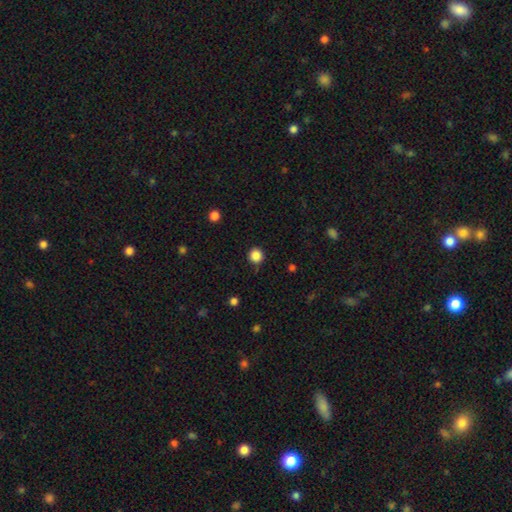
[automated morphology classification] smooth_or_featured: smooth (p=0.86) [alt: star or artifact p=0.11]
how_rounded: round (p=0.94) [alt: in between p=0.05]
merging: none (p=0.89) [alt: minor disturbance p=0.07]